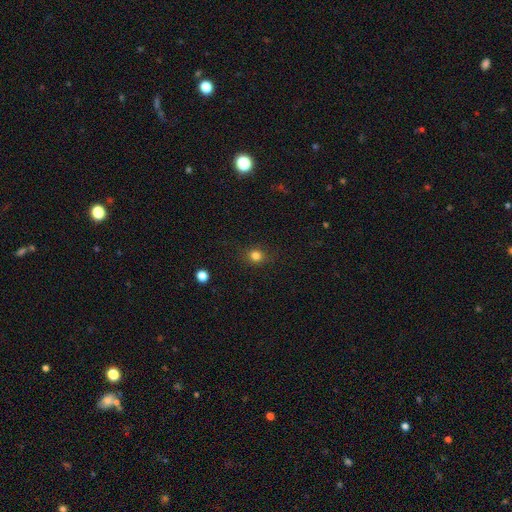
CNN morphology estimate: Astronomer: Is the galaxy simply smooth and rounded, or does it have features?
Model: smooth — 81%.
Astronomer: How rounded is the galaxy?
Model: round — 83%.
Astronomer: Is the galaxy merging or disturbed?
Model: none — 85%.